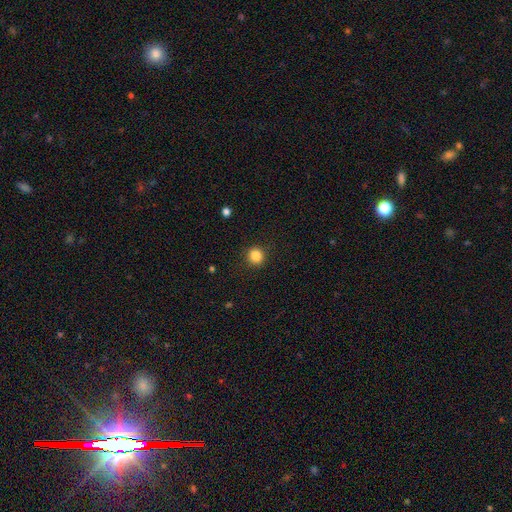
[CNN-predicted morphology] smooth-or-featured: smooth: 85% | star or artifact: 11% | featured or disk: 4%
  how-rounded: round: 91% | in between: 8% | cigar-shaped: 1%
  merging: none: 91% | minor disturbance: 6% | major disturbance: 2% | merger: 1%